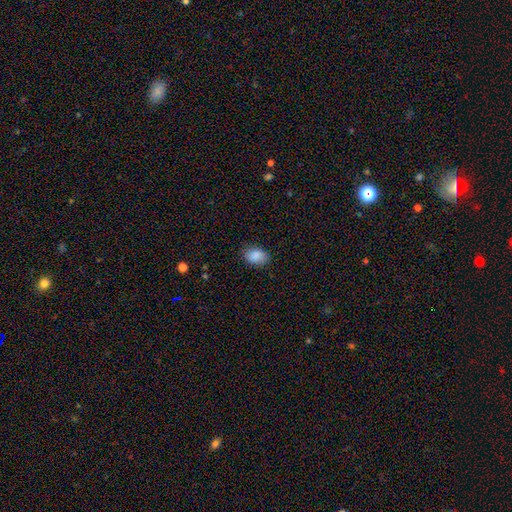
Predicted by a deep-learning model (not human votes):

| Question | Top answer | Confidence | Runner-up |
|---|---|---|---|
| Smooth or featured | smooth | 88% | star or artifact (7%) |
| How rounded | in between | 84% | round (15%) |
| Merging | none | 83% | minor disturbance (13%) |